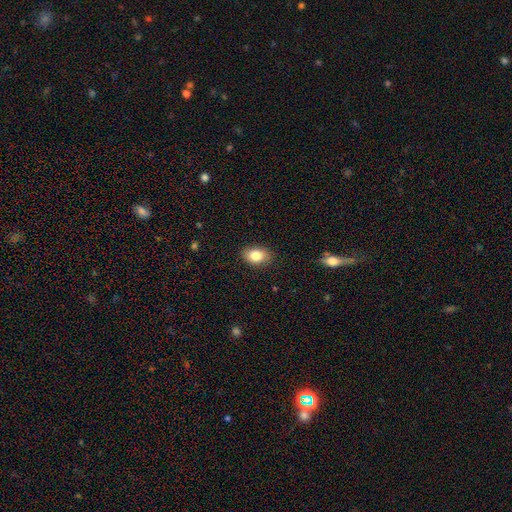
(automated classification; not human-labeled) Morphology: type=smooth (82%); roundness=in between (81%); merging=none (87%).